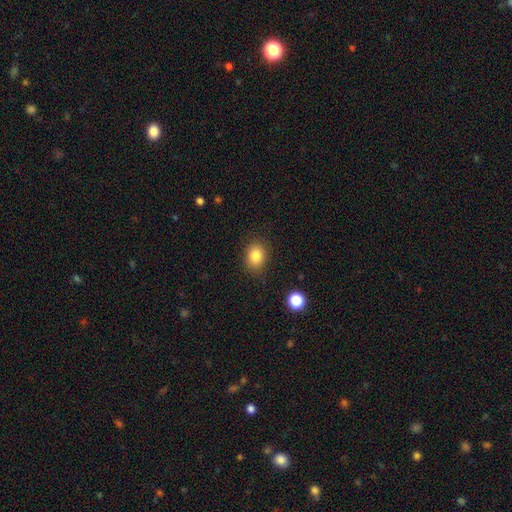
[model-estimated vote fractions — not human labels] smooth_or_featured: smooth (p=0.84) [alt: star or artifact p=0.10]
how_rounded: in between (p=0.52) [alt: round p=0.47]
merging: none (p=0.84) [alt: minor disturbance p=0.12]